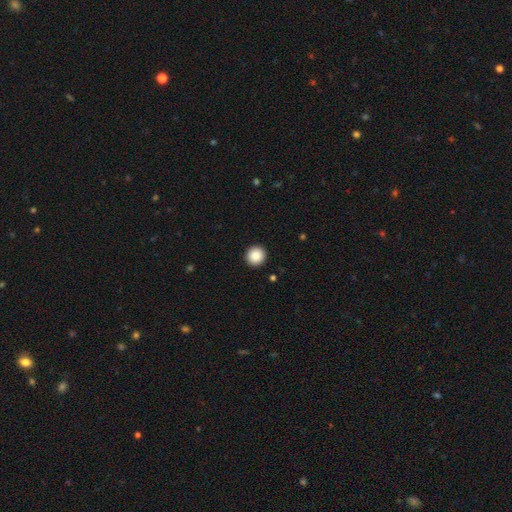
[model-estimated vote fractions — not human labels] This appears to be a smooth galaxy with no disk features (88%) that is round (94%). Merging: none (93%).